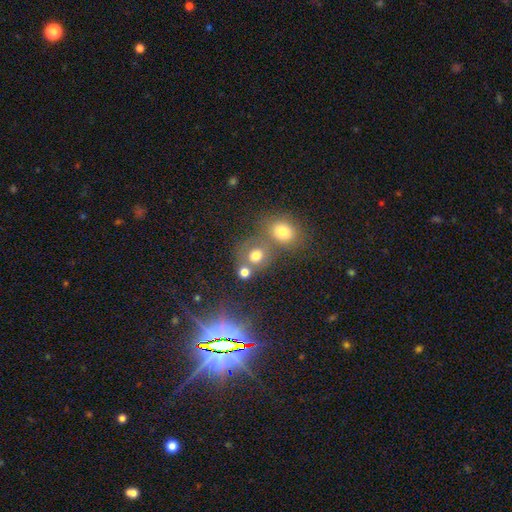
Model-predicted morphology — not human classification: A star or artifact, not a galaxy (72%).